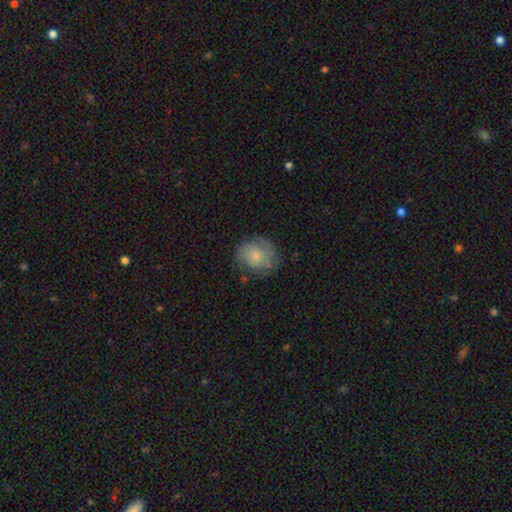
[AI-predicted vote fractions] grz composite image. It shows a smooth galaxy with no disk features (48%). Merging: none (67%).